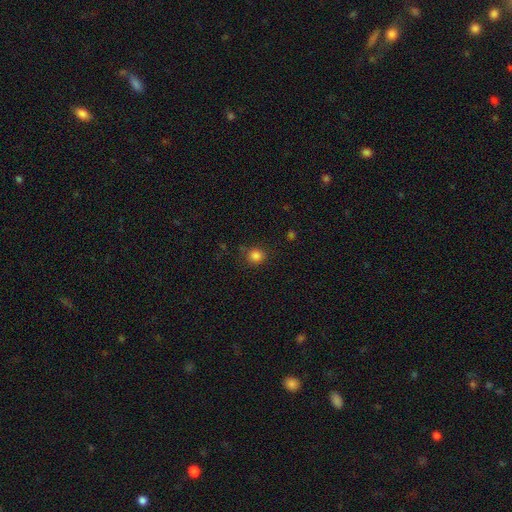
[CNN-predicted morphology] This is clearly a smooth galaxy (84%). How rounded: clearly round (87%). Merging: clearly none (82%).